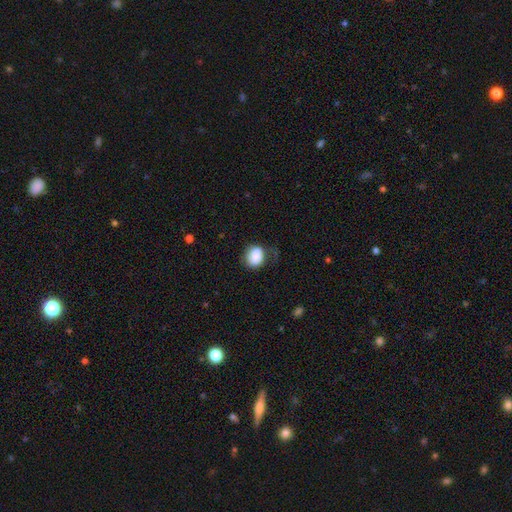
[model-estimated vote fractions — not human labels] A smooth galaxy with no disk features (82%) that is round (56%). Merging: none (45%).